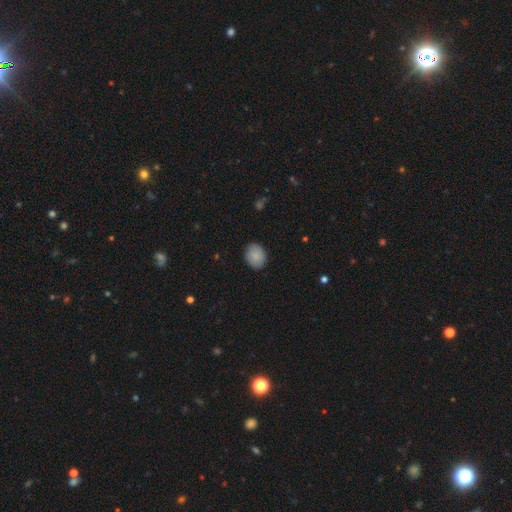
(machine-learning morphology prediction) This appears to be a smooth galaxy with no disk features (87%) that is in between round and cigar-shaped (50%). Merging: none (87%).